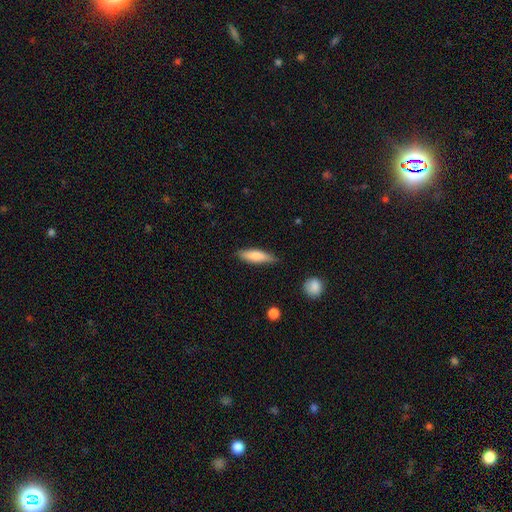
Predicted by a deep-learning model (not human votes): smooth_or_featured: smooth (p=0.79) [alt: featured or disk p=0.15]
how_rounded: cigar-shaped (p=0.61) [alt: in between p=0.37]
merging: none (p=0.80) [alt: minor disturbance p=0.16]